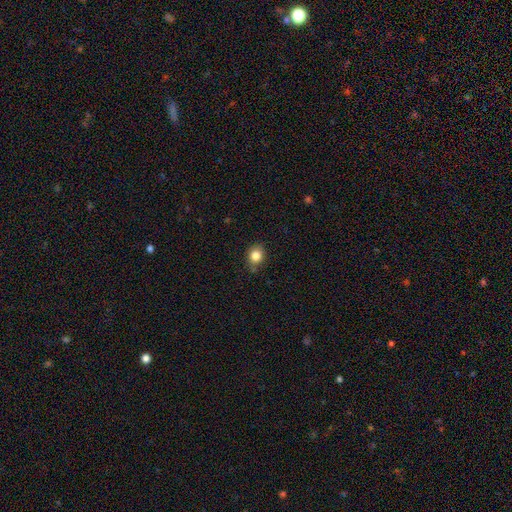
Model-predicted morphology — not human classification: Smooth or featured: smooth — 83% (star or artifact — 10%)
How rounded: round — 60% (in between — 39%)
Merging: none — 80% (minor disturbance — 15%)